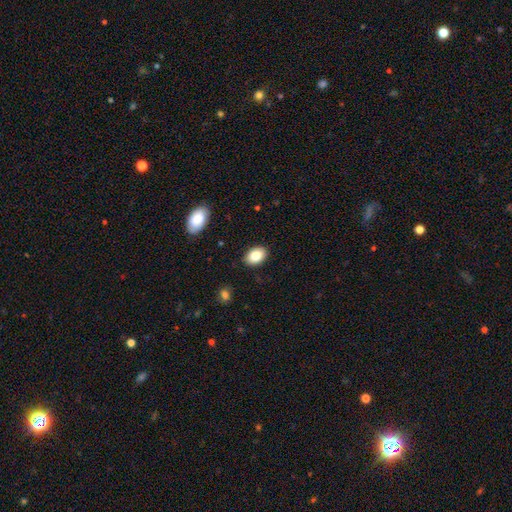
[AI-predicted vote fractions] The model was most divided on "how rounded": in between: 84%, round: 15%, cigar-shaped: 1%. More confident: merging — none (88%); smooth or featured — smooth (84%).